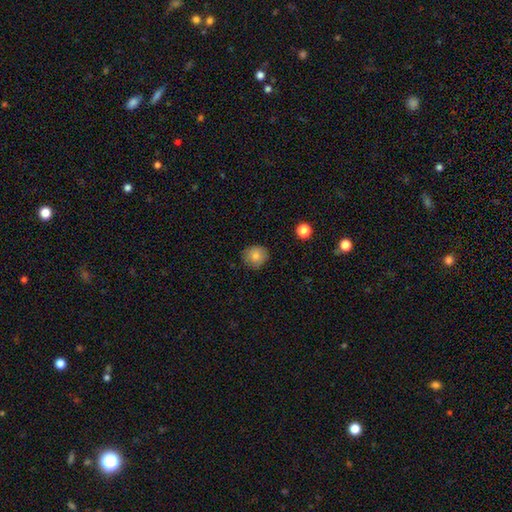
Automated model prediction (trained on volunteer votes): The model was most divided on "how rounded": round: 85%, in between: 14%, cigar-shaped: 1%. More confident: merging — none (84%); smooth or featured — smooth (83%).